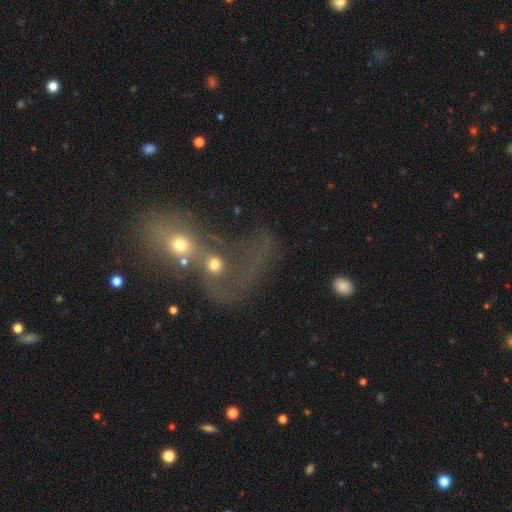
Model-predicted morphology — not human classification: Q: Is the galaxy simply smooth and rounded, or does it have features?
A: smooth — 41%.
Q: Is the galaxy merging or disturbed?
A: merger — 77%.